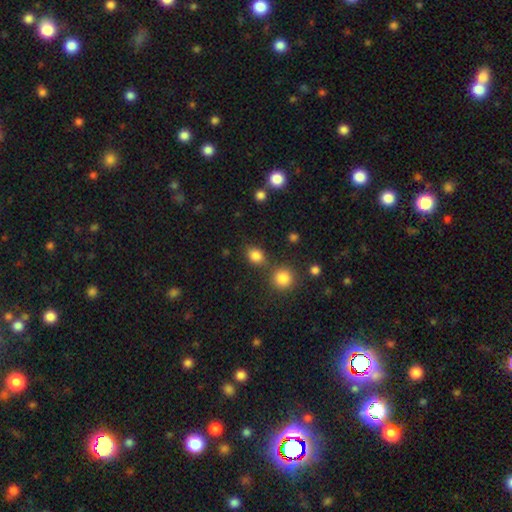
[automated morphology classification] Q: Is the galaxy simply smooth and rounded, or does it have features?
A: smooth — 82%.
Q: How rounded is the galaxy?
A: round — 51%.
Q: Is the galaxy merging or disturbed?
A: none — 69%.